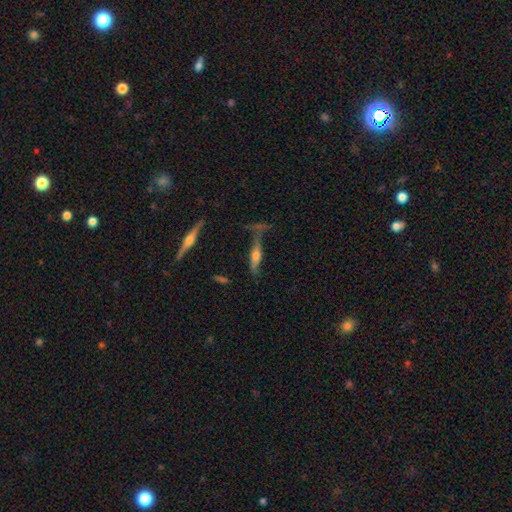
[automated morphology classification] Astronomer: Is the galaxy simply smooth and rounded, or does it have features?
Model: featured or disk — 58%.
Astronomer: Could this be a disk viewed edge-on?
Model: yes — 85%.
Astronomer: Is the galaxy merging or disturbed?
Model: none — 48% (runner-up: minor disturbance, 24%).